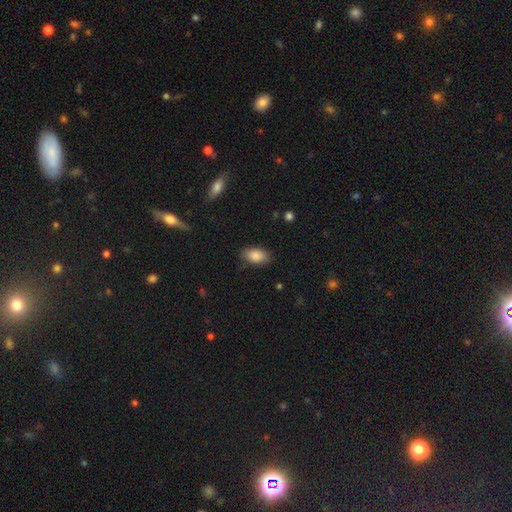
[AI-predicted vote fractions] Smooth or featured?
  - smooth: 87% *
  - star or artifact: 7%
  - featured or disk: 6%
How rounded?
  - in between: 92% *
  - round: 6%
  - cigar-shaped: 2%
Merging?
  - none: 80% *
  - minor disturbance: 15%
  - major disturbance: 4%
  - merger: 1%